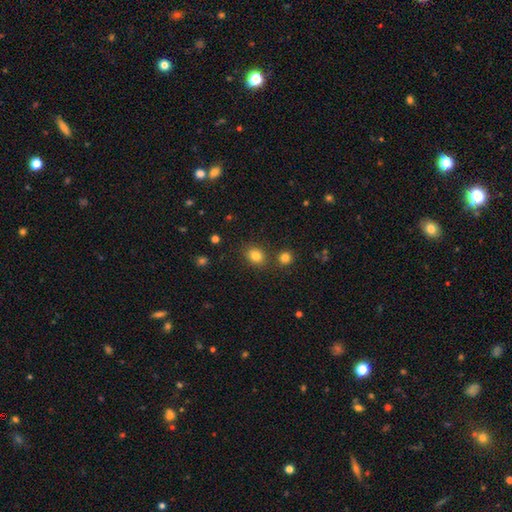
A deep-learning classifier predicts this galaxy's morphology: smooth 82%, star or artifact 12%, featured or disk 6%. Down the decision tree: how rounded — round (58%); merging — none (79%).